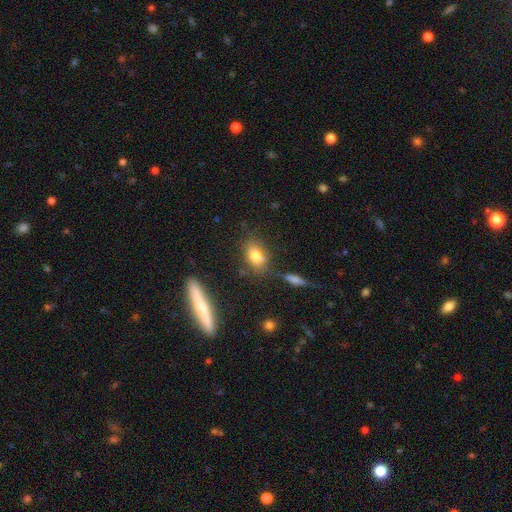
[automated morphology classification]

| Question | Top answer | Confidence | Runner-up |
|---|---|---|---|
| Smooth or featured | smooth | 77% | featured or disk (13%) |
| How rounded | in between | 77% | round (19%) |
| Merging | none | 70% | minor disturbance (16%) |